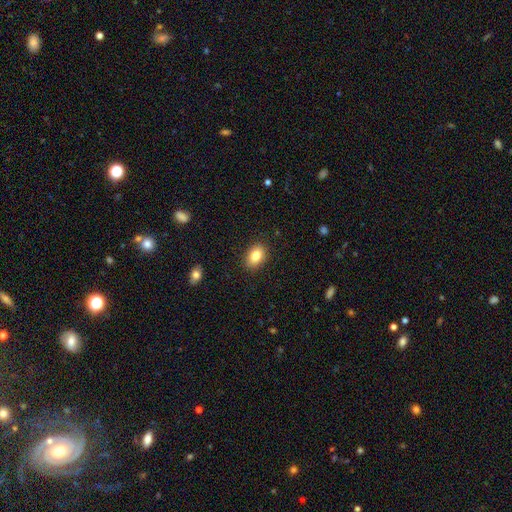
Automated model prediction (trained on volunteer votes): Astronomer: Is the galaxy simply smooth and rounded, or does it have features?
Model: smooth — 83%.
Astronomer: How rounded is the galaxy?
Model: in between — 80%.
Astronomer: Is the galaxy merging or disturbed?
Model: none — 88%.